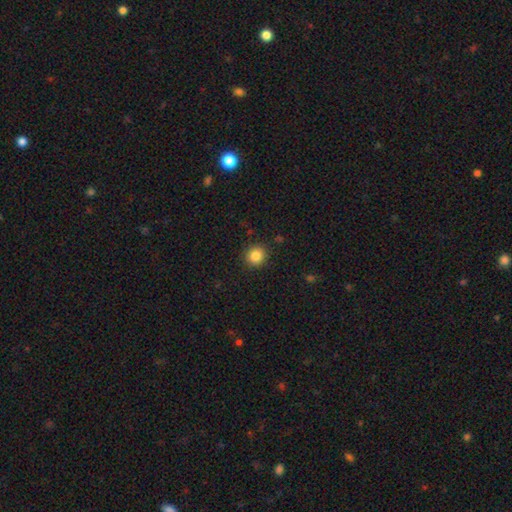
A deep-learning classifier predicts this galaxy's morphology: Smooth or featured: smooth — 85% (star or artifact — 11%)
How rounded: round — 90% (in between — 9%)
Merging: none — 90% (minor disturbance — 6%)